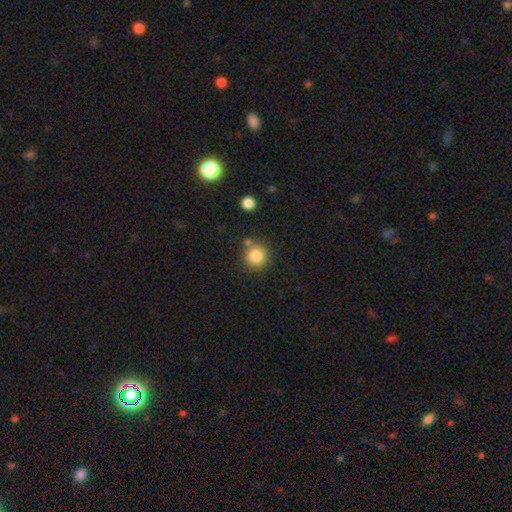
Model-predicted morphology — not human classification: Smooth or featured? smooth (85%)
How rounded? round (92%)
Merging? none (73%)